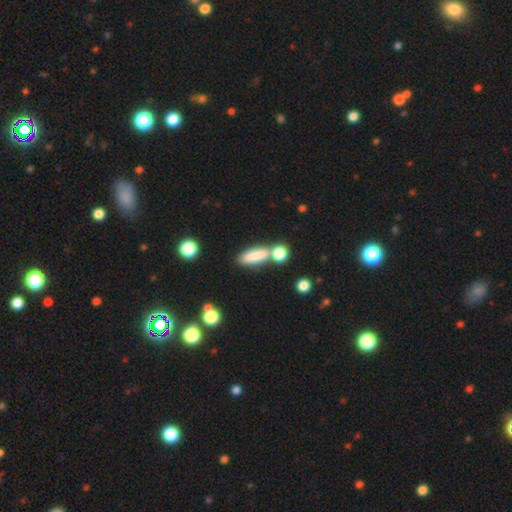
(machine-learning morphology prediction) smooth_or_featured: smooth (p=0.81) [alt: featured or disk p=0.11]
how_rounded: in between (p=0.47) [alt: cigar-shaped p=0.46]
merging: none (p=0.56) [alt: merger p=0.27]